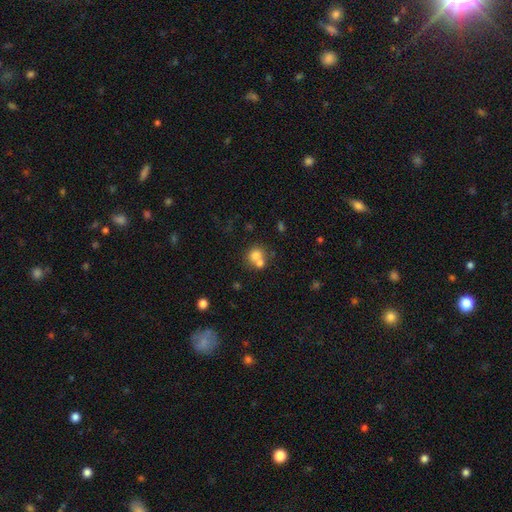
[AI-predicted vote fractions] Morphology: type=smooth (72%); roundness=round (78%); merging=merger (49%).